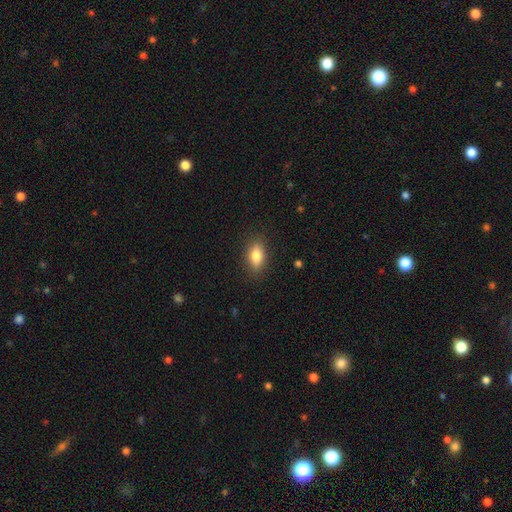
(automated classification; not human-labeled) A smooth galaxy with no disk features (78%) that is in between round and cigar-shaped (82%). Merging: none (86%).